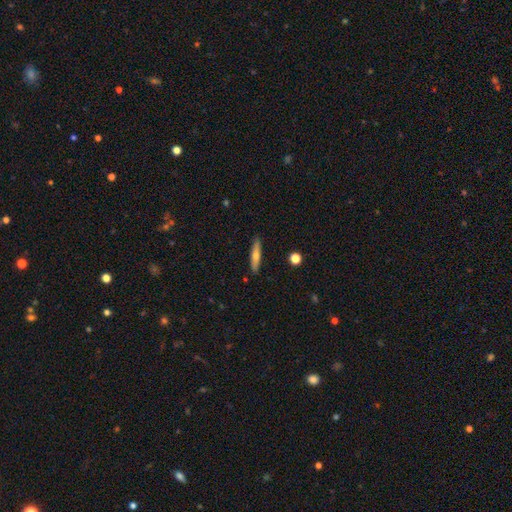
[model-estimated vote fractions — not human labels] smooth_or_featured: smooth (p=0.55) [alt: featured or disk p=0.38]
how_rounded: cigar-shaped (p=0.87) [alt: in between p=0.11]
merging: none (p=0.90) [alt: minor disturbance p=0.08]